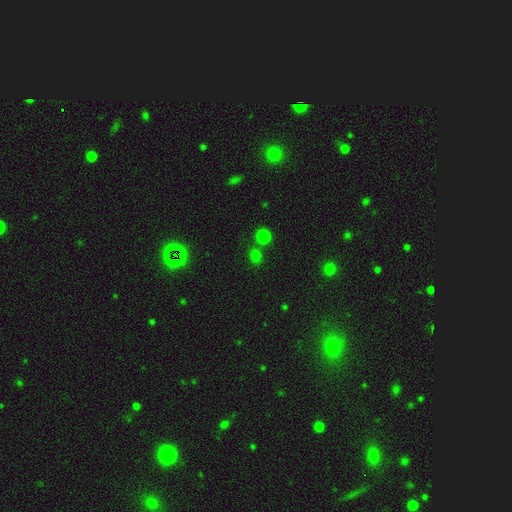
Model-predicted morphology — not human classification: The model was most divided on "smooth or featured": smooth: 67%, star or artifact: 28%, featured or disk: 5%. More confident: how rounded — round (83%); merging — none (72%).